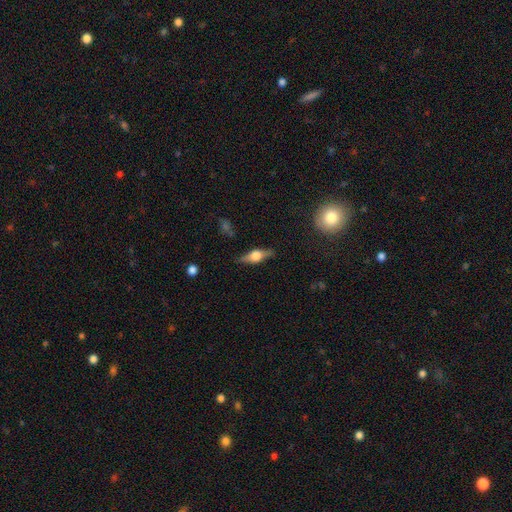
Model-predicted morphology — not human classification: Smooth or featured: featured or disk — 65% (smooth — 29%)
Edge-on disk: yes — 94% (no — 6%)
Edge-on bulge: rounded — 92% (boxy — 7%)
Merging: none — 85% (minor disturbance — 11%)